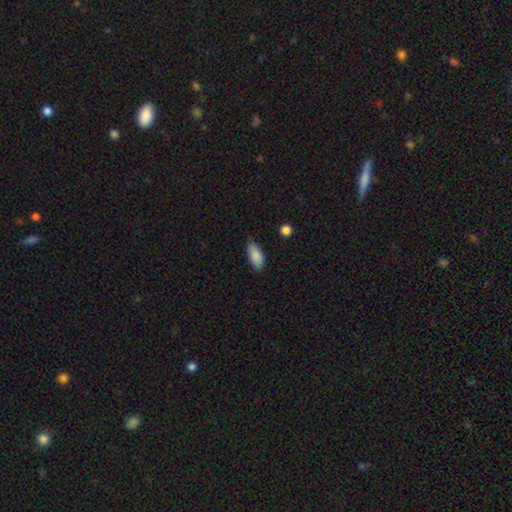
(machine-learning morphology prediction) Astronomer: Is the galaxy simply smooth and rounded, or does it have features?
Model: smooth — 87%.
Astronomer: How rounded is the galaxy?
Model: in between — 87%.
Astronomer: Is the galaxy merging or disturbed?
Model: none — 78%.